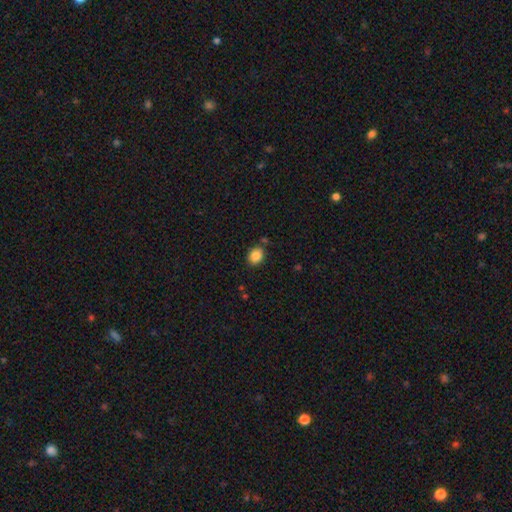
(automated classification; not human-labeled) smooth-or-featured: smooth: 86% | star or artifact: 9% | featured or disk: 5%
  how-rounded: round: 54% | in between: 45% | cigar-shaped: 1%
  merging: none: 79% | minor disturbance: 12% | merger: 6% | major disturbance: 3%